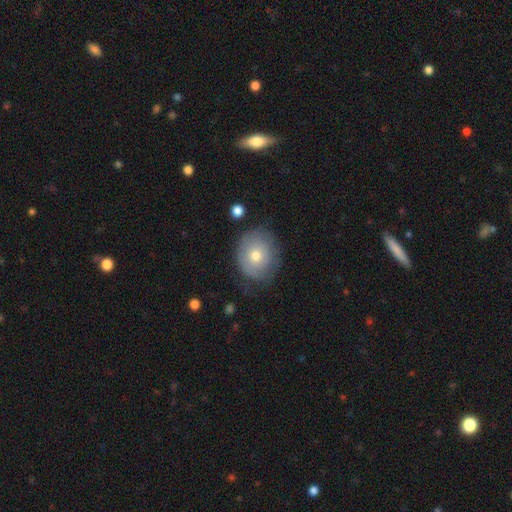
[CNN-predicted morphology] type=smooth (62%); roundness=round (66%); merging=none (68%).